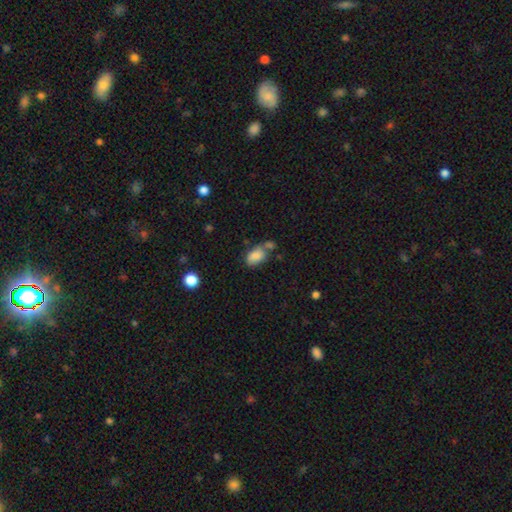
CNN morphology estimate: smooth_or_featured: smooth (p=0.83) [alt: star or artifact p=0.09]
how_rounded: in between (p=0.87) [alt: round p=0.11]
merging: none (p=0.42) [alt: merger p=0.30]